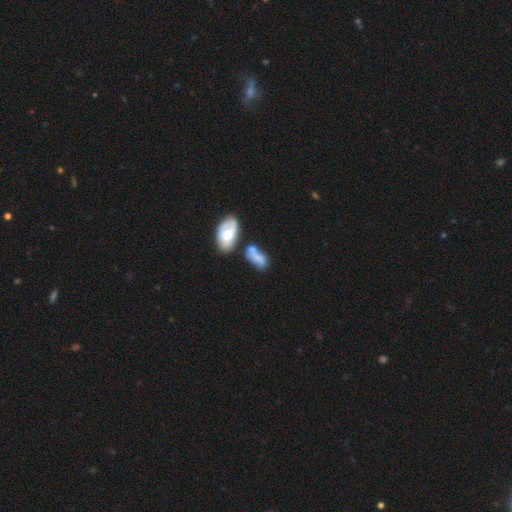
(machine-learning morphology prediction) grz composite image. It shows a smooth galaxy with no disk features (68%) that is in between round and cigar-shaped (85%). Merging: merger (39%).